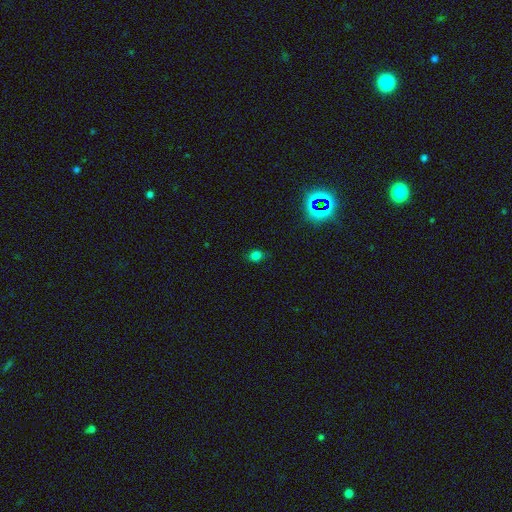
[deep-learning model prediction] Smooth or featured? smooth (74%)
How rounded? round (61%)
Merging? none (83%)